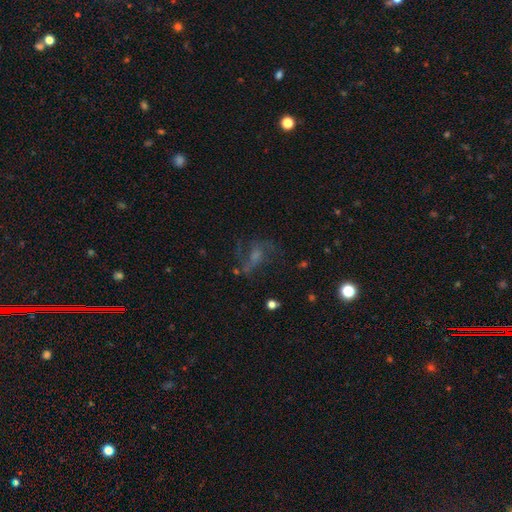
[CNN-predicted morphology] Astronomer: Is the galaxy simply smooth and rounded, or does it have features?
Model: featured or disk — 57%.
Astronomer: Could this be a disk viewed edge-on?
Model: no — 95%.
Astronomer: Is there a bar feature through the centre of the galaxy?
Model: no — 57% (runner-up: weak, 34%).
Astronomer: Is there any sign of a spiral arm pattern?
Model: yes — 67%.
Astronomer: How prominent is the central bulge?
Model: small — 40% (runner-up: none, 30%).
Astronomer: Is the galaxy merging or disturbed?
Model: none — 47% (runner-up: major disturbance, 31%).